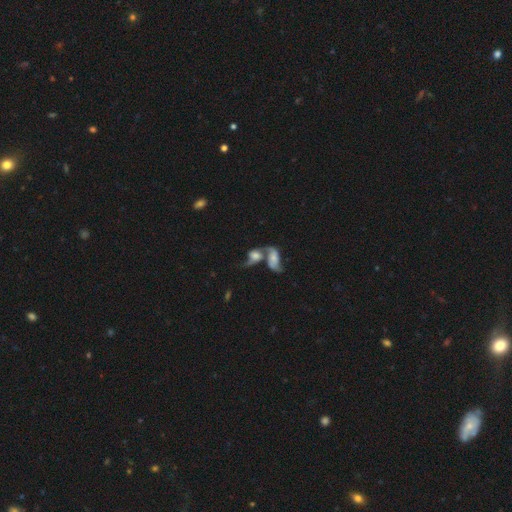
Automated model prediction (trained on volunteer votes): The model was most divided on "bulge size": moderate: 36%, small: 28%, large: 19%, none: 13%, dominant: 4%. More confident: edge-on disk — no (95%); spiral arms — yes (87%); spiral arm count — 2 (76%); merging — merger (73%); spiral winding — loose (66%); bar — no (65%); smooth or featured — featured or disk (61%).